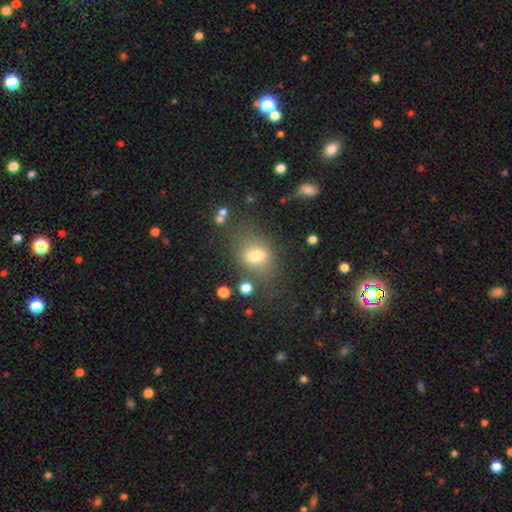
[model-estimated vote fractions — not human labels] smooth 70%, featured or disk 16%, star or artifact 13%. Down the decision tree: how rounded — in between (69%); merging — none (62%).